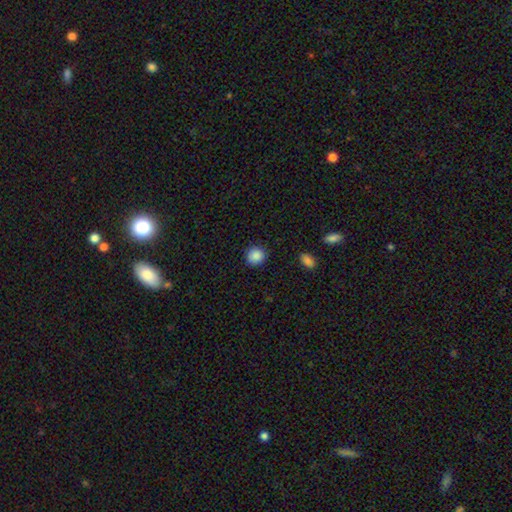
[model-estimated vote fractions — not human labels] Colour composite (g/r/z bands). It shows a smooth galaxy with no disk features (89%) that is round (90%). Merging: none (89%).